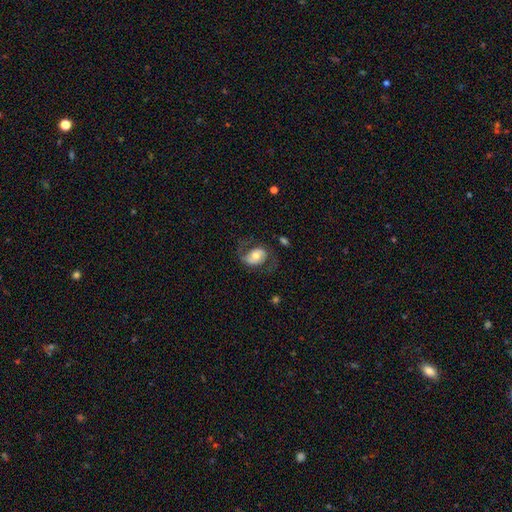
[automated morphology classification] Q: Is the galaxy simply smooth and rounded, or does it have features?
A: featured or disk — 62%.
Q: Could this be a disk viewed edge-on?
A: no — 96%.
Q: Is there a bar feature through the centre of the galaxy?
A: no — 58%.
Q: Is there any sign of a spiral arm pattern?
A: yes — 85%.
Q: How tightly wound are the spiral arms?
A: loose — 48%.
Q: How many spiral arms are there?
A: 2 — 87%.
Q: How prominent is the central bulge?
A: moderate — 62%.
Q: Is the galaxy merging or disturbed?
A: none — 63%.